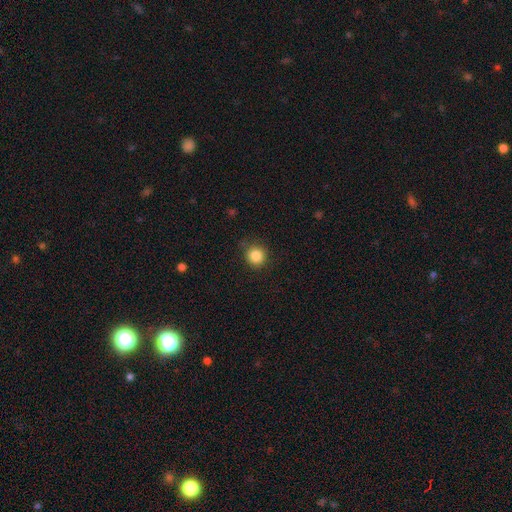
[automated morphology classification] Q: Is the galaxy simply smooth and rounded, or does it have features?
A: smooth — 85%.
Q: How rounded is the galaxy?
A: round — 92%.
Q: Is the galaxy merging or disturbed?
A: none — 84%.